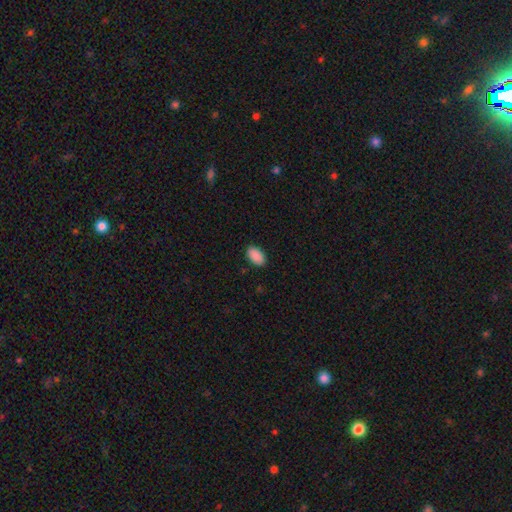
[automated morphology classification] A smooth galaxy with no disk features (91%) that is in between round and cigar-shaped (94%). Merging: none (89%).